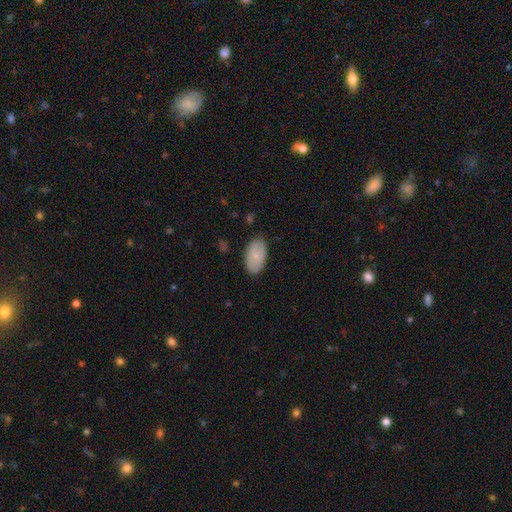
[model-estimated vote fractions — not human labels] A smooth galaxy with no disk features (82%) that is in between round and cigar-shaped (94%).

Vote fractions:
- Smooth or featured? smooth: 82% / featured or disk: 12% / star or artifact: 6%
- How rounded? in between: 94% / round: 4% / cigar-shaped: 1%
- Merging? none: 84% / minor disturbance: 12% / major disturbance: 2% / merger: 1%